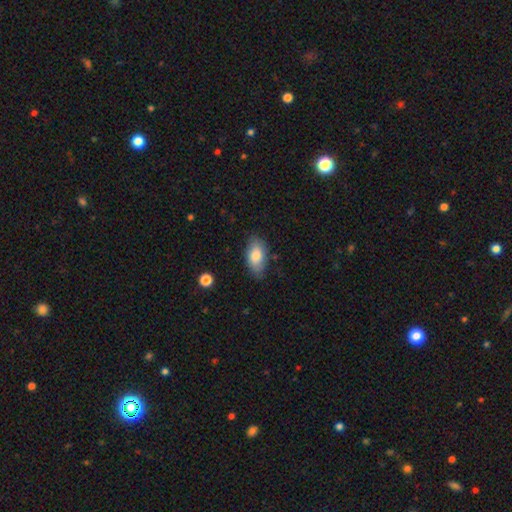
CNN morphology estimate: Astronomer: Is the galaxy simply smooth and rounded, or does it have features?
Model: smooth — 80%.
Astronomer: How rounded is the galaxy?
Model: in between — 93%.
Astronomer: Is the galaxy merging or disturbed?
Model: none — 77%.